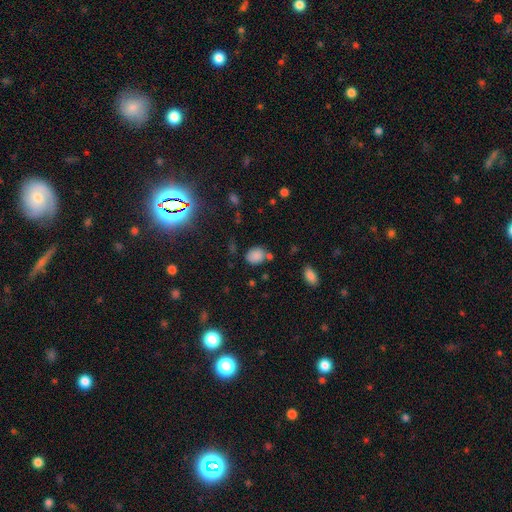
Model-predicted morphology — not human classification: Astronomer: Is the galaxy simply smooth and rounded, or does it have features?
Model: smooth — 83%.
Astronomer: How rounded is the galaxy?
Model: round — 51% (runner-up: in between, 48%).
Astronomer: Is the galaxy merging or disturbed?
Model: none — 67%.